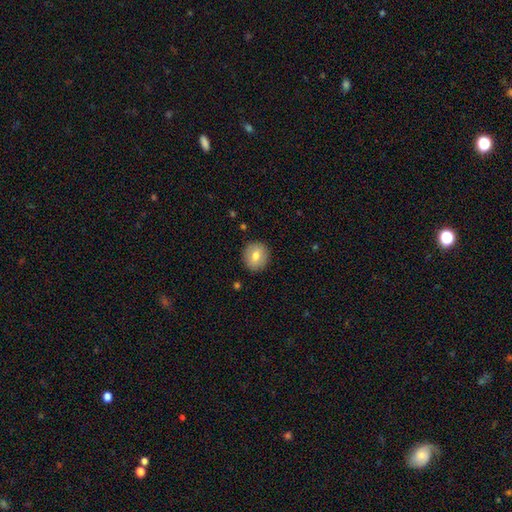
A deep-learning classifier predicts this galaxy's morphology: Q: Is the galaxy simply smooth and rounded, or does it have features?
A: smooth — 74%.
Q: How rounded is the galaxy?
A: round — 84%.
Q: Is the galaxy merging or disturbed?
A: none — 89%.